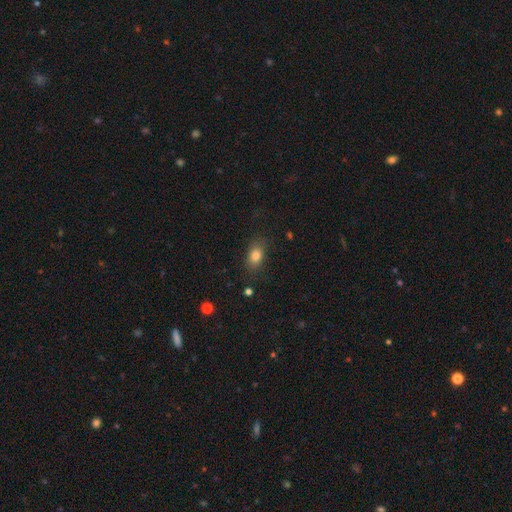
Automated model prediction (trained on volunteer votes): smooth 81%, star or artifact 10%, featured or disk 9%. Down the decision tree: how rounded — in between (80%); merging — none (80%).